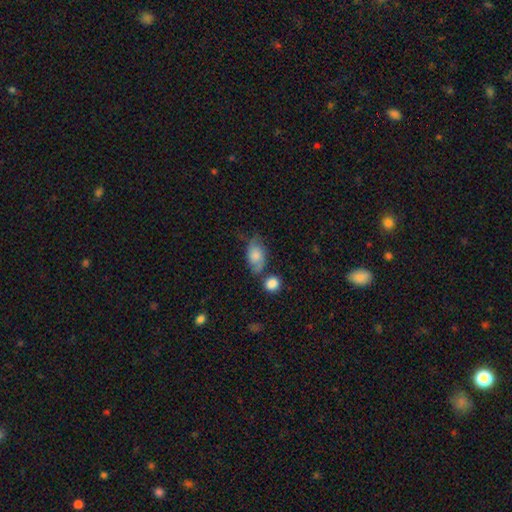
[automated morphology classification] A smooth galaxy with no disk features (63%) that is in between round and cigar-shaped (82%).

Vote fractions:
- Smooth or featured? smooth: 63% / featured or disk: 29% / star or artifact: 8%
- How rounded? in between: 82% / round: 15% / cigar-shaped: 2%
- Merging? none: 48% / minor disturbance: 28% / major disturbance: 12% / merger: 11%